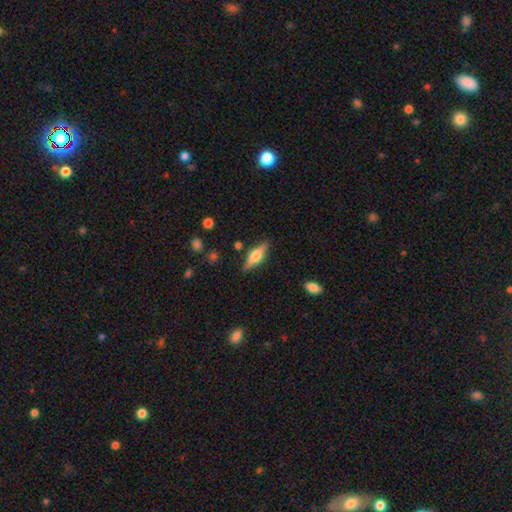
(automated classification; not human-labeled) Smooth or featured?
  - featured or disk: 47% *
  - smooth: 46%
  - star or artifact: 7%
Merging?
  - none: 83% *
  - minor disturbance: 12%
  - major disturbance: 3%
  - merger: 2%